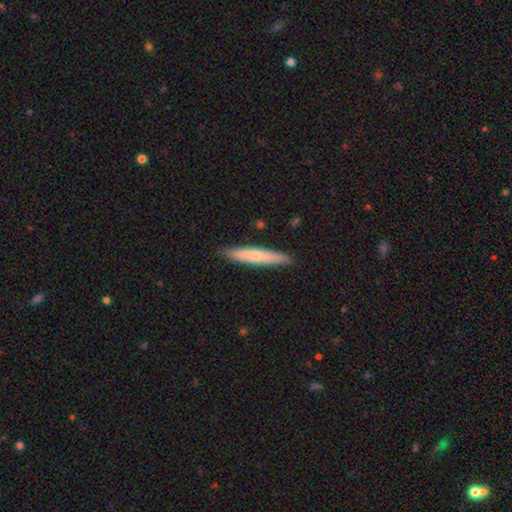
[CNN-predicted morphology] Smooth or featured? smooth (61%)
How rounded? cigar-shaped (92%)
Merging? none (89%)